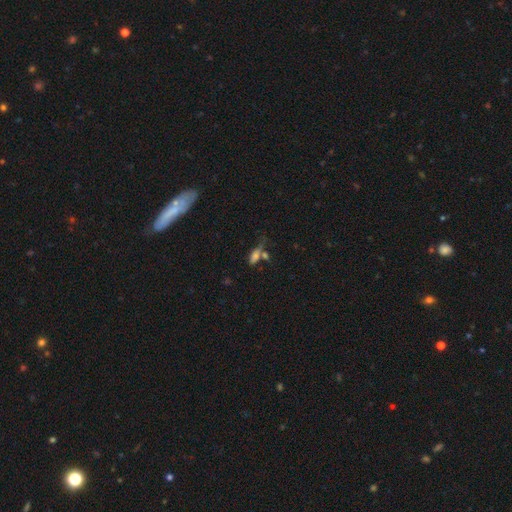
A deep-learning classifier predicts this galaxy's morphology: smooth 66%, featured or disk 20%, star or artifact 14%. Down the decision tree: how rounded — in between (64%); merging — none (37%).